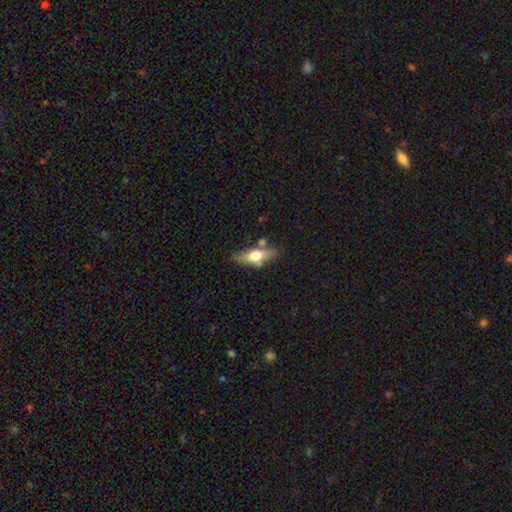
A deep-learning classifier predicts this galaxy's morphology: Smooth or featured: smooth — 49% (featured or disk — 45%)
Merging: none — 68% (minor disturbance — 18%)